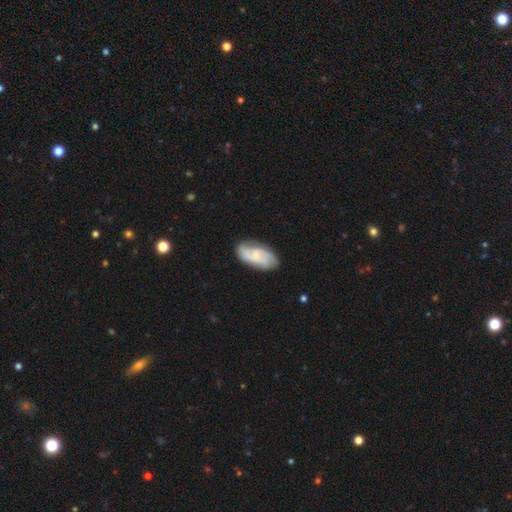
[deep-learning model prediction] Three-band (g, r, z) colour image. It shows a featured or disk galaxy (58%) with no bar (53%), spiral arms (89%) and a small central bulge (54%). Merging: none (74%).